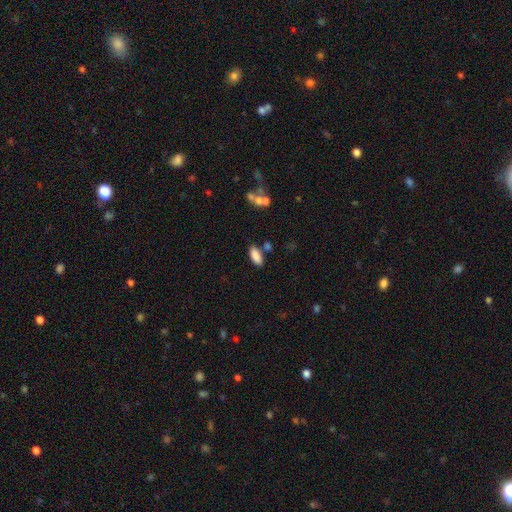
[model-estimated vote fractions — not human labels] This appears to be a smooth galaxy with no disk features (86%) that is in between round and cigar-shaped (83%). Merging: none (75%).